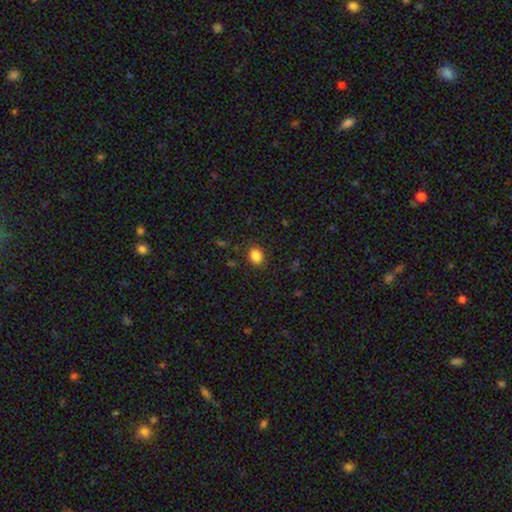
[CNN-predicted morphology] Smooth or featured? Predicted: smooth (p=0.85). How rounded? Predicted: round (p=0.51). Merging? Predicted: none (p=0.86).